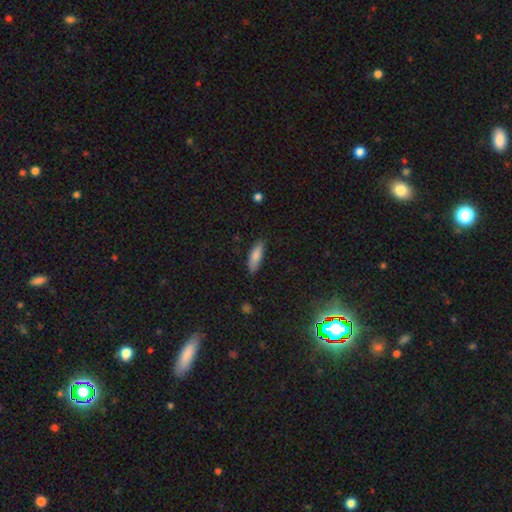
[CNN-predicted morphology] This appears to be a smooth galaxy with no disk features (83%) that is in between round and cigar-shaped (50%). Merging: none (85%).